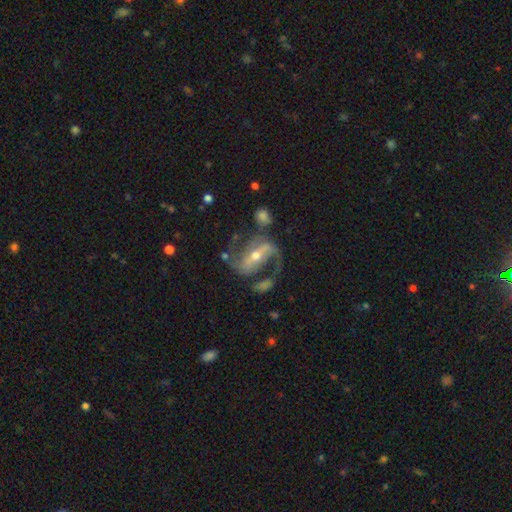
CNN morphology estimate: featured or disk 87%, smooth 7%, star or artifact 6%. Down the decision tree: edge-on disk — no (95%); bar — strong (64%); spiral arms — yes (94%); spiral arm count — 2 (84%); spiral winding — medium (48%); bulge size — moderate (50%); merging — none (58%).